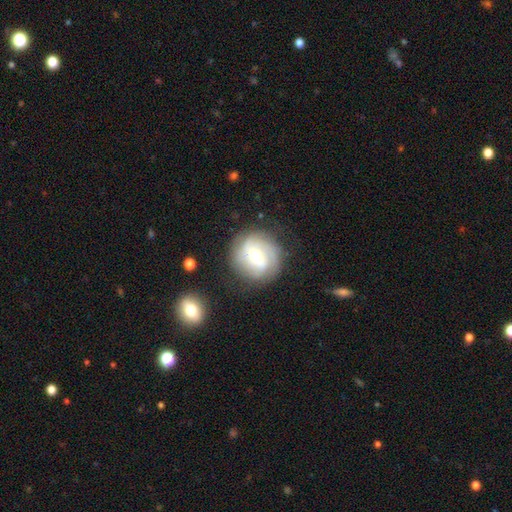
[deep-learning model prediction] Smooth or featured? featured or disk (64%)
Edge-on disk? no (96%)
Bar? weak (47%)
Spiral arms? yes (80%)
Bulge size? moderate (64%)
Merging? none (77%)